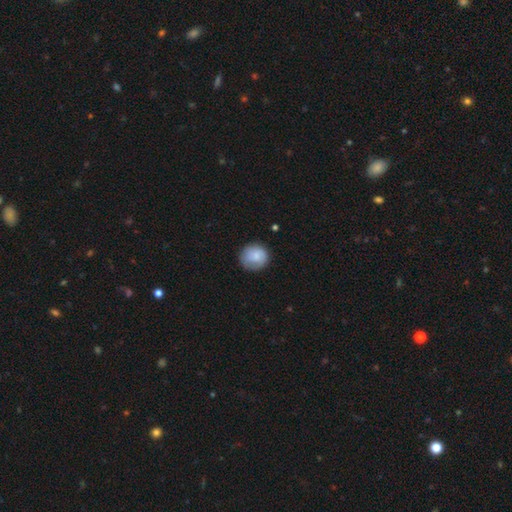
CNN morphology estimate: A smooth galaxy with no disk features (76%) that is round (86%). Merging: none (76%).